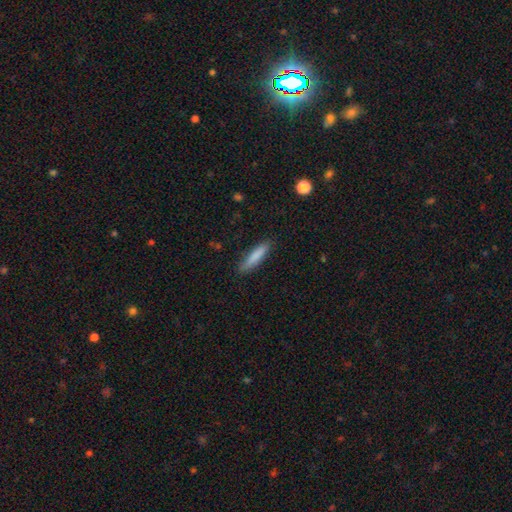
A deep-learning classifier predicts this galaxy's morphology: This is clearly a smooth galaxy (83%). How rounded: clearly cigar-shaped (83%). Merging: clearly none (86%).